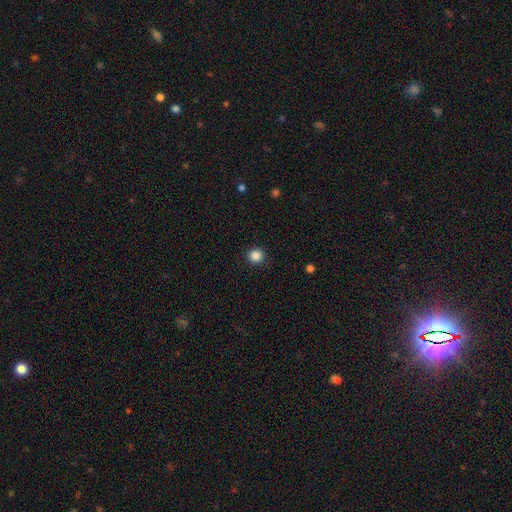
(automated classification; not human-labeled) smooth-or-featured: smooth: 86% | star or artifact: 11% | featured or disk: 3%
  how-rounded: round: 93% | in between: 6% | cigar-shaped: 1%
  merging: none: 91% | minor disturbance: 6% | major disturbance: 2% | merger: 1%